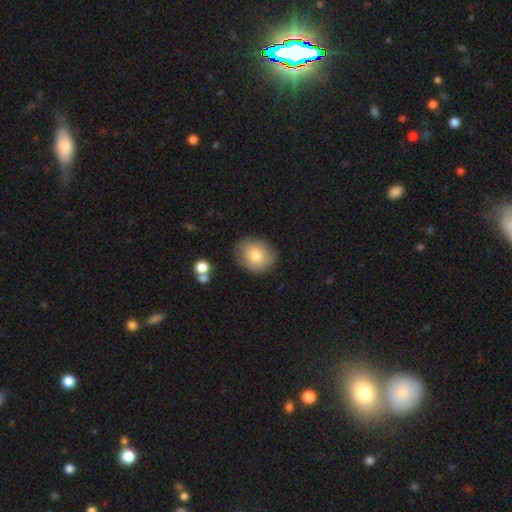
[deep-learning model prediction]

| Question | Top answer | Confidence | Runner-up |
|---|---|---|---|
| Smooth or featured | smooth | 76% | featured or disk (16%) |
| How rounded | round | 56% | in between (43%) |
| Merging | none | 81% | minor disturbance (14%) |